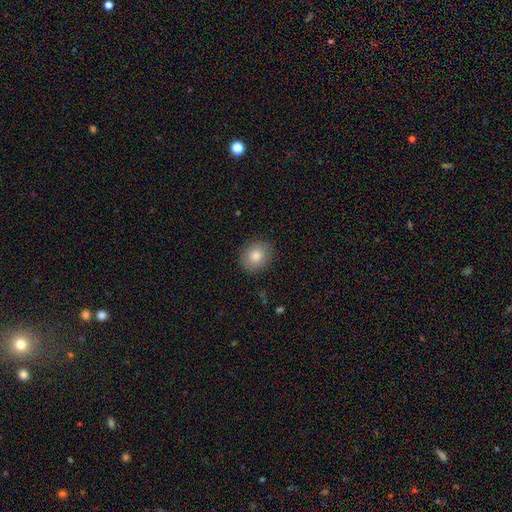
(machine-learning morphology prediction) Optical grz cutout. It shows a smooth galaxy with no disk features (82%) that is round (66%). Merging: none (89%).